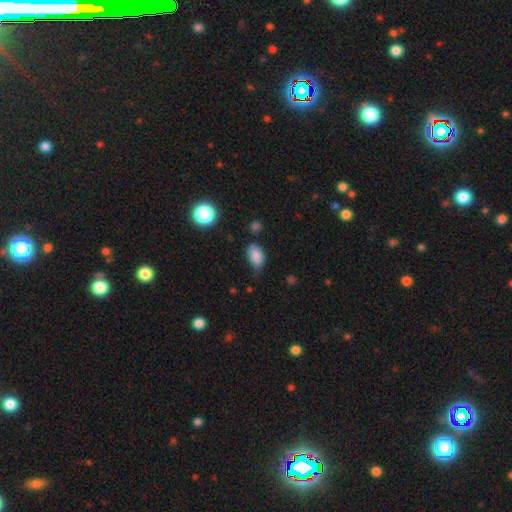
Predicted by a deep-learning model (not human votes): Smooth or featured? Predicted: smooth (p=0.85). How rounded? Predicted: in between (p=0.90). Merging? Predicted: none (p=0.57).